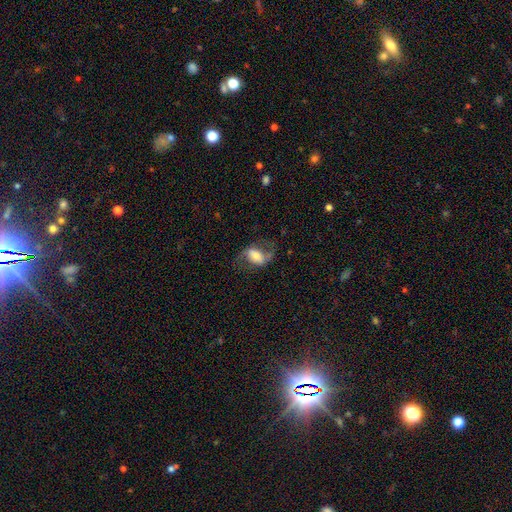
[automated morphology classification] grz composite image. It shows a featured or disk galaxy (61%) with a weak bar (35%), spiral arms (83%) and a moderate central bulge (45%). Merging: none (61%).